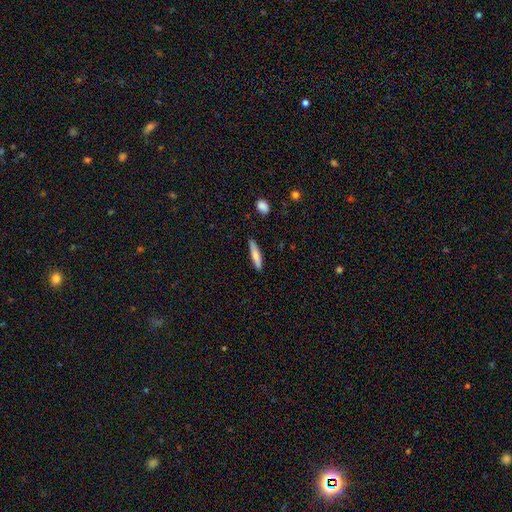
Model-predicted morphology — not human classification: Q: Smooth or featured?
A: smooth (73%); runner-up: featured or disk (21%)
Q: How rounded?
A: cigar-shaped (85%); runner-up: in between (13%)
Q: Merging?
A: none (86%); runner-up: minor disturbance (10%)